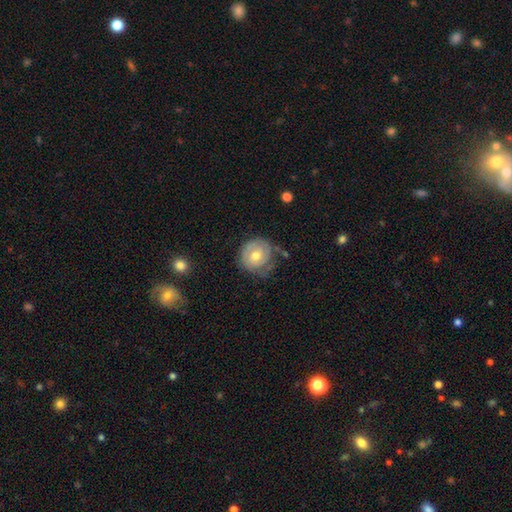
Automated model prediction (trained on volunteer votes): A featured or disk galaxy (57%) with no bar (74%), spiral arms (74%) and a moderate central bulge (71%). Merging: none (62%).